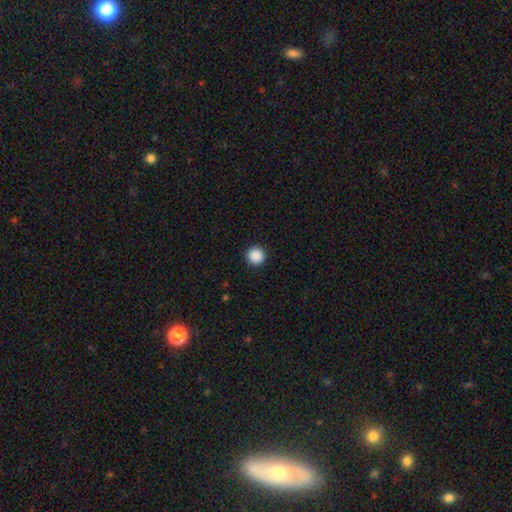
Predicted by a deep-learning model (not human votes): smooth 89%, star or artifact 9%, featured or disk 2%. Down the decision tree: how rounded — round (96%); merging — none (93%).